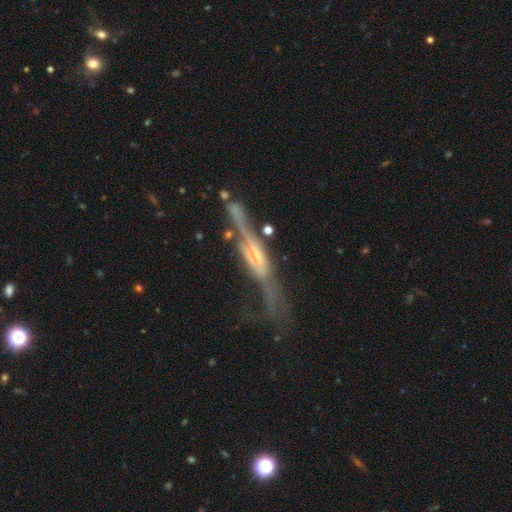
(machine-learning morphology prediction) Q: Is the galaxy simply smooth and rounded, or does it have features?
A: featured or disk — 79%.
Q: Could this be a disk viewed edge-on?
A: yes — 79%.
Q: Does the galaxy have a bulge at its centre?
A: rounded — 41%, tied with boxy.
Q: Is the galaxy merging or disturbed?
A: none — 34%, tied with major disturbance.